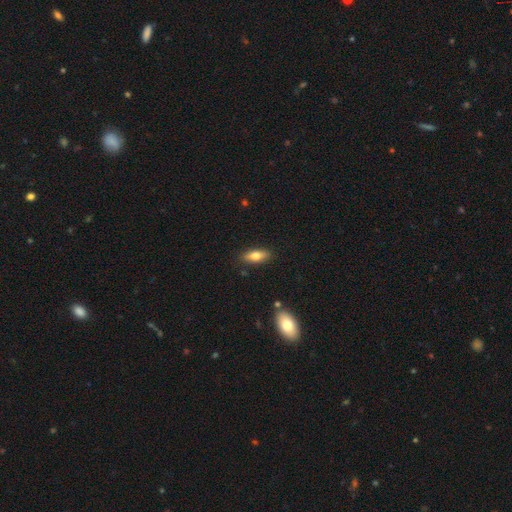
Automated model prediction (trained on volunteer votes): Overall: smooth (74%). How rounded: in between (71%). Merging: none (86%).